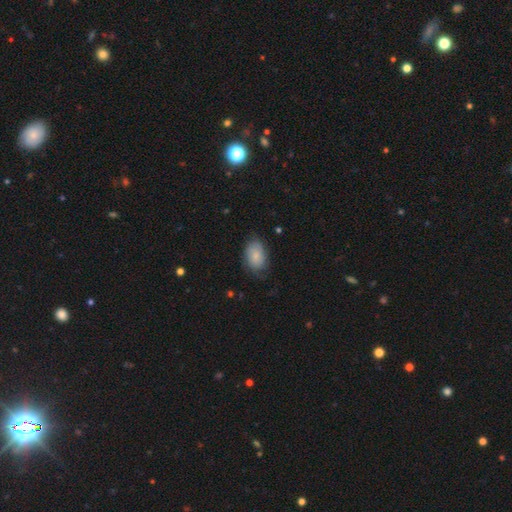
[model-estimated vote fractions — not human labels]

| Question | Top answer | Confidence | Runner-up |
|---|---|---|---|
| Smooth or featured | smooth | 75% | featured or disk (19%) |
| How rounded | in between | 87% | round (12%) |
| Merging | none | 63% | minor disturbance (27%) |